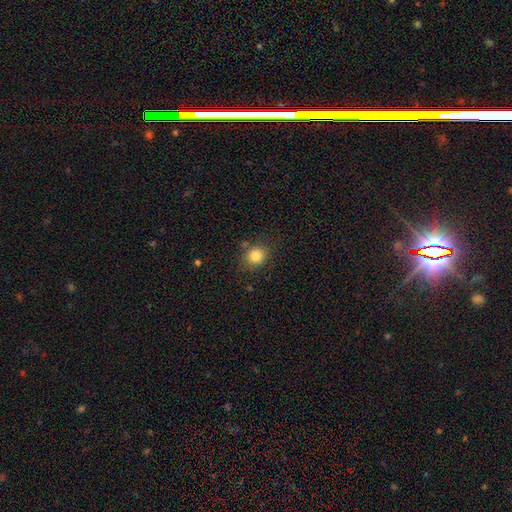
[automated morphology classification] A smooth galaxy with no disk features (83%) that is round (78%). Merging: none (80%).